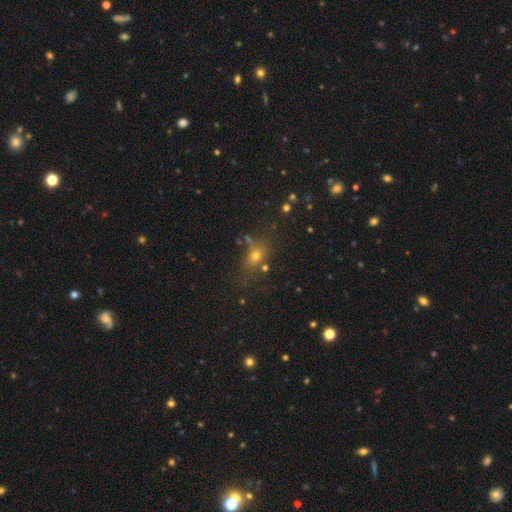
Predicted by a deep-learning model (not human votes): Smooth or featured: smooth — 60% (star or artifact — 26%)
How rounded: in between — 58% (round — 34%)
Merging: none — 71% (minor disturbance — 15%)